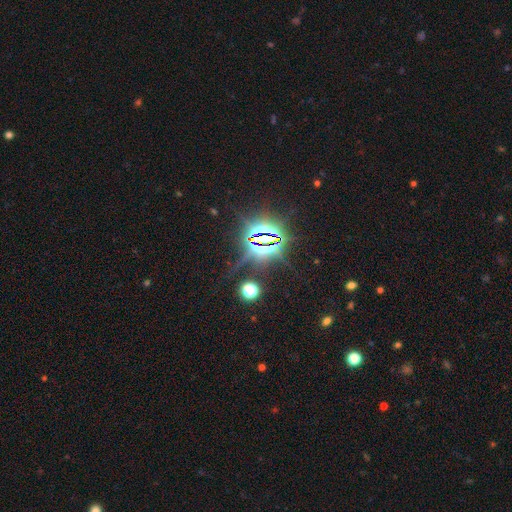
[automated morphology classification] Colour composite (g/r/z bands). It shows a star or artifact, not a galaxy (85%).